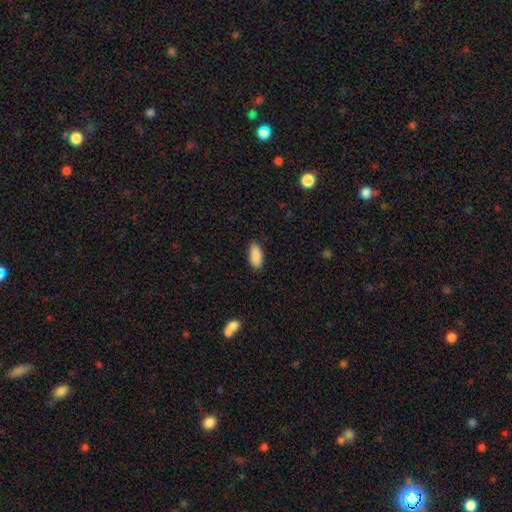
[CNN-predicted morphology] Q: Smooth or featured?
A: smooth (90%); runner-up: star or artifact (6%)
Q: How rounded?
A: in between (90%); runner-up: cigar-shaped (8%)
Q: Merging?
A: none (85%); runner-up: minor disturbance (12%)